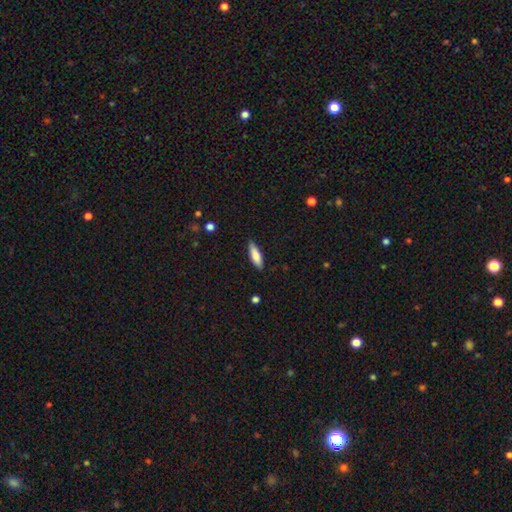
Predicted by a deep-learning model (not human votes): This is clearly a smooth galaxy (80%). How rounded: possibly cigar-shaped (54%). Merging: clearly none (86%).